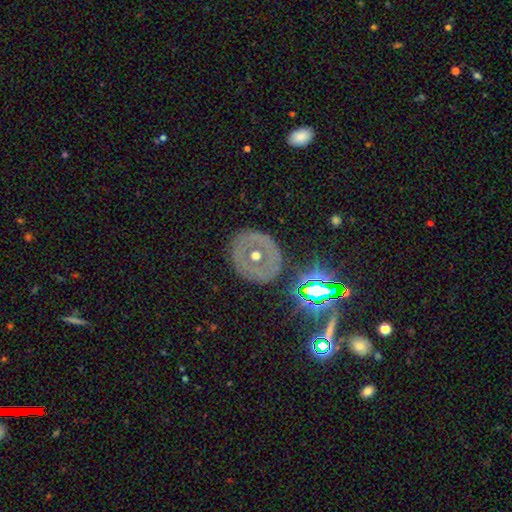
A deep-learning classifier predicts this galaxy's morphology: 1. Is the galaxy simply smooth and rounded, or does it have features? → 54% featured or disk, 34% smooth, 12% star or artifact.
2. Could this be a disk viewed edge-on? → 94% no, 6% yes.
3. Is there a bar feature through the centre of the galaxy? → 89% no, 7% weak, 4% strong.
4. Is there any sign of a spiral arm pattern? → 87% no, 13% yes.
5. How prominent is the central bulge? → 78% moderate, 10% large, 8% small, 2% dominant, 2% none.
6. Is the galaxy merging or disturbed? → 75% none, 15% minor disturbance, 7% major disturbance, 2% merger.